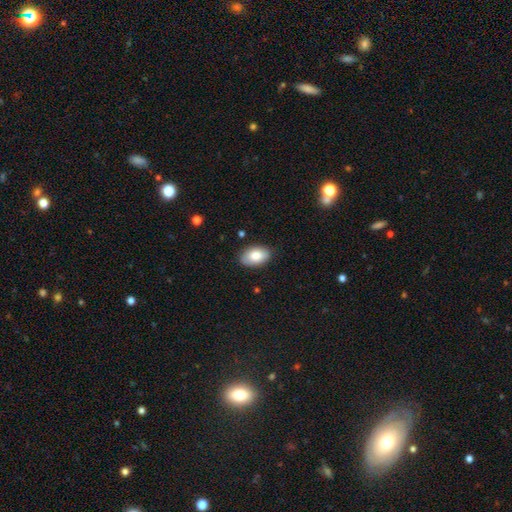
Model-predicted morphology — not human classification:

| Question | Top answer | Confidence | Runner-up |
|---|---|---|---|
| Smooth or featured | smooth | 82% | featured or disk (12%) |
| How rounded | in between | 92% | round (7%) |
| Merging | none | 83% | minor disturbance (13%) |